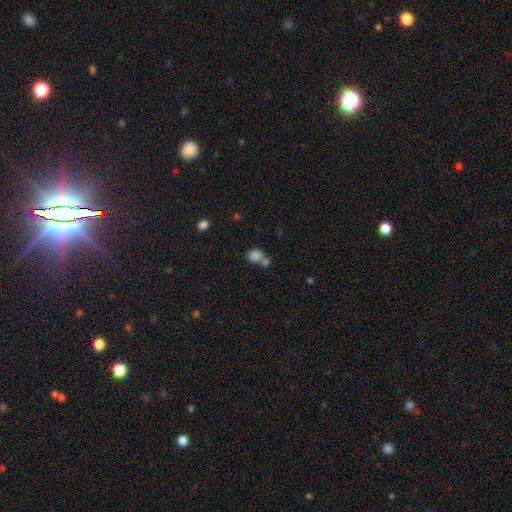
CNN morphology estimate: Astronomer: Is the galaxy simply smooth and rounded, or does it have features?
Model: smooth — 83%.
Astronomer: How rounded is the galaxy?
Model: round — 66%.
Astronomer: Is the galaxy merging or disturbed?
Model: merger — 45% (runner-up: none, 41%).